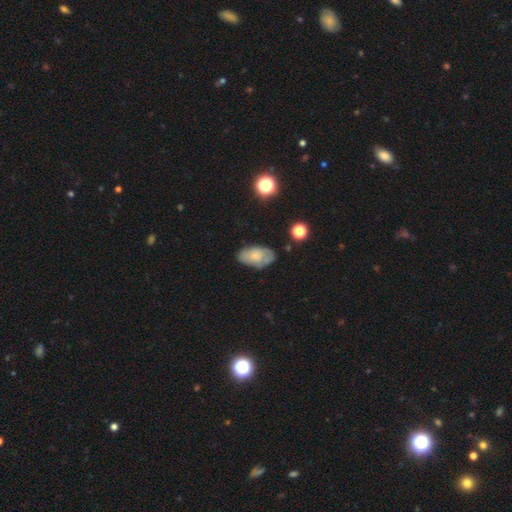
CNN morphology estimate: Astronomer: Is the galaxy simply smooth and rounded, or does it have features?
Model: smooth — 59%.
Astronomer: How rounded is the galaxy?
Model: in between — 92%.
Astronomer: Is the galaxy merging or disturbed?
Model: none — 63%.